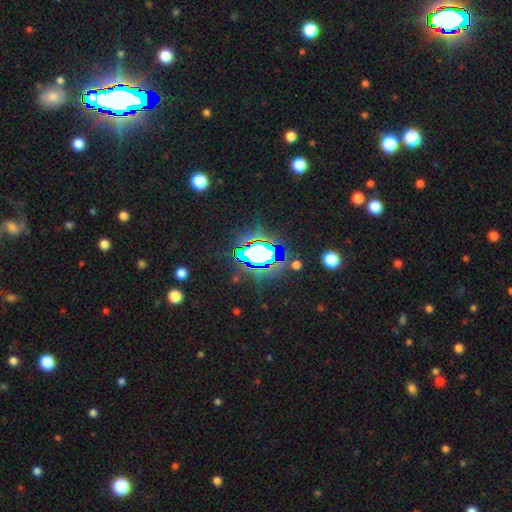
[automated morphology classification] Smooth or featured? star or artifact (77%)